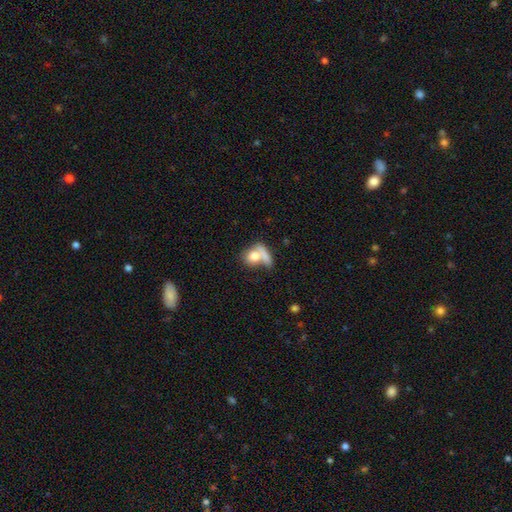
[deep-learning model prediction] This appears to be a smooth galaxy with no disk features (75%) that is round (51%). Merging: merger (48%).